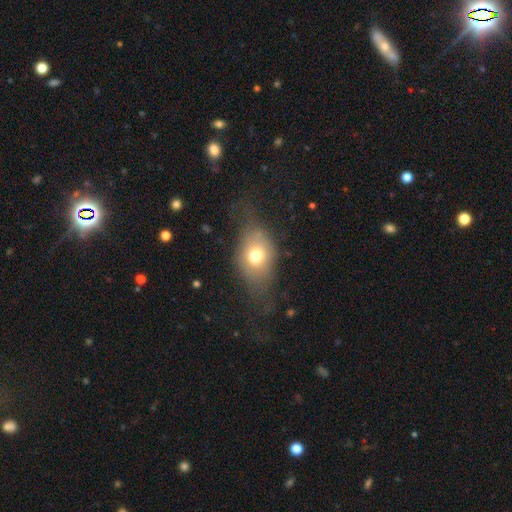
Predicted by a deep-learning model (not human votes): Smooth or featured: smooth — 69% (featured or disk — 20%)
How rounded: in between — 67% (round — 31%)
Merging: none — 50% (minor disturbance — 26%)